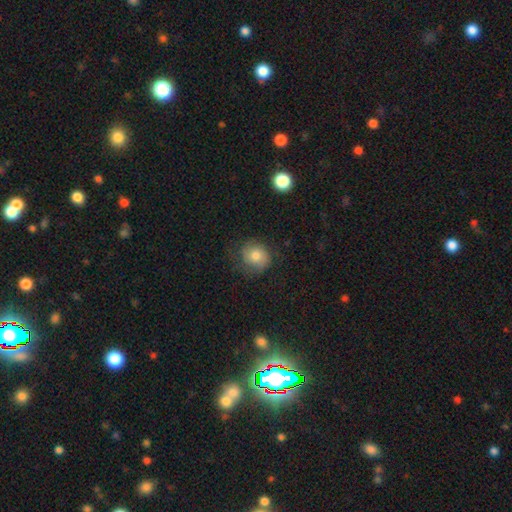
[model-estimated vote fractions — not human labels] A smooth galaxy with no disk features (66%) that is round (79%).

Vote fractions:
- Smooth or featured? smooth: 66% / featured or disk: 24% / star or artifact: 9%
- How rounded? round: 79% / in between: 20% / cigar-shaped: 1%
- Merging? none: 66% / minor disturbance: 21% / major disturbance: 12% / merger: 1%